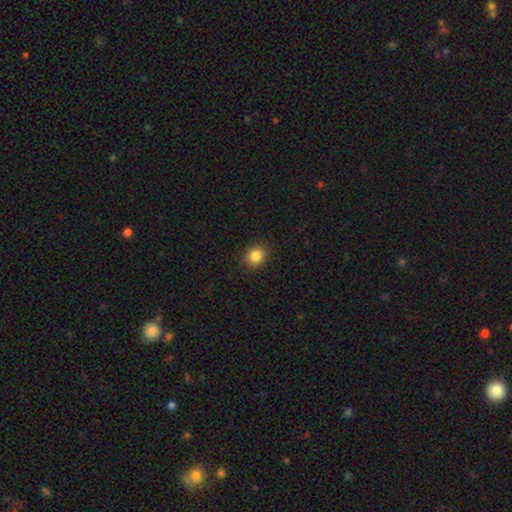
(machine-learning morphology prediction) Smooth or featured? Predicted: smooth (p=0.85). How rounded? Predicted: round (p=0.68). Merging? Predicted: none (p=0.89).